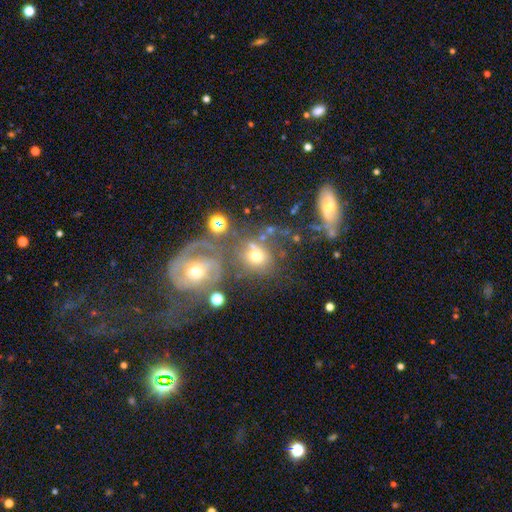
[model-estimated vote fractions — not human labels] This appears to be a smooth galaxy with no disk features (52%) that is round (71%). Merging: none (37%).